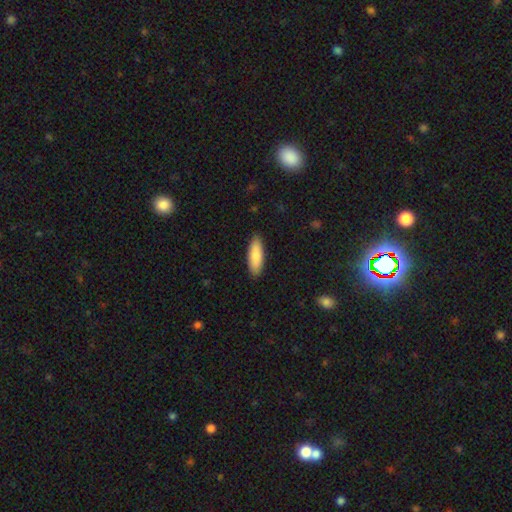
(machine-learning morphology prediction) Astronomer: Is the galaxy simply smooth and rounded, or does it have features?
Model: smooth — 86%.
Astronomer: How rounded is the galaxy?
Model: in between — 60% (runner-up: cigar-shaped, 39%).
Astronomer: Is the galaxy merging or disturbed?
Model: none — 89%.